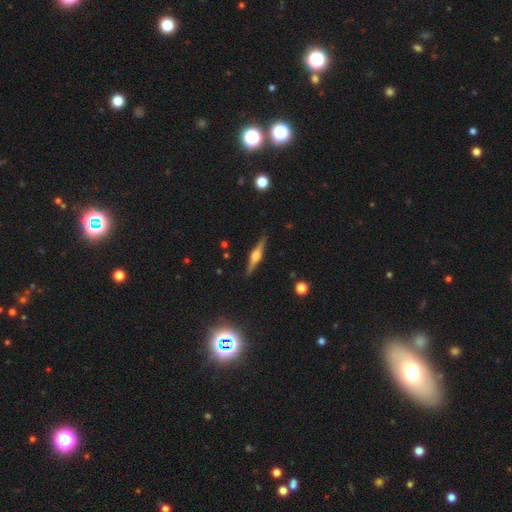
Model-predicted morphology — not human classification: This is likely a featured or disk galaxy (78%). It is clearly viewed edge-on (98%). Edge-on bulge: clearly rounded (90%). Merging: clearly none (90%).